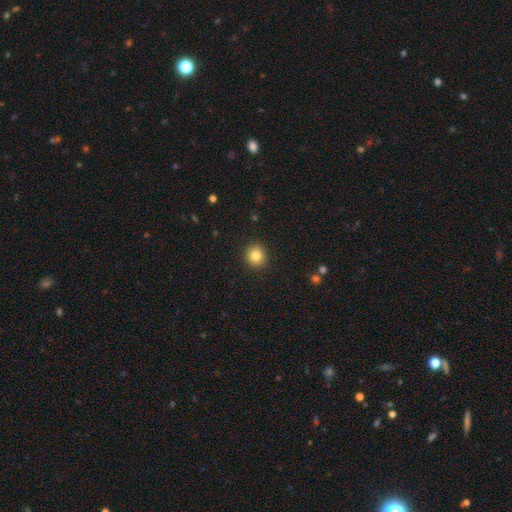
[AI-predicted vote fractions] smooth 82%, star or artifact 11%, featured or disk 7%. Down the decision tree: how rounded — round (91%); merging — none (92%).